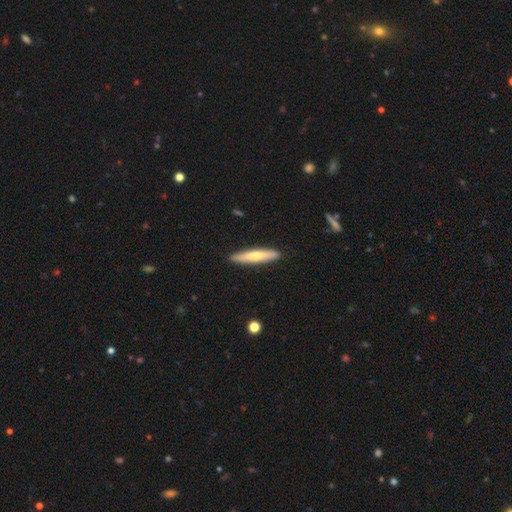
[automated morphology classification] Smooth or featured? smooth (56%)
How rounded? cigar-shaped (89%)
Merging? none (90%)